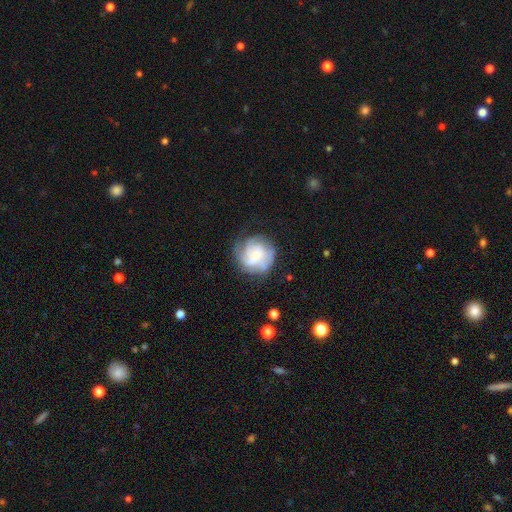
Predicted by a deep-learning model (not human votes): The model was most divided on "spiral arm count": can't tell: 39%, 3: 25%, 2: 13%, 4: 12%, 1: 6%, more than 4: 5%. Remaining: edge-on disk — no (98%); spiral arms — yes (84%); bar — no (67%); merging — none (63%); smooth or featured — featured or disk (63%); bulge size — small (51%); spiral winding — tight (50%).